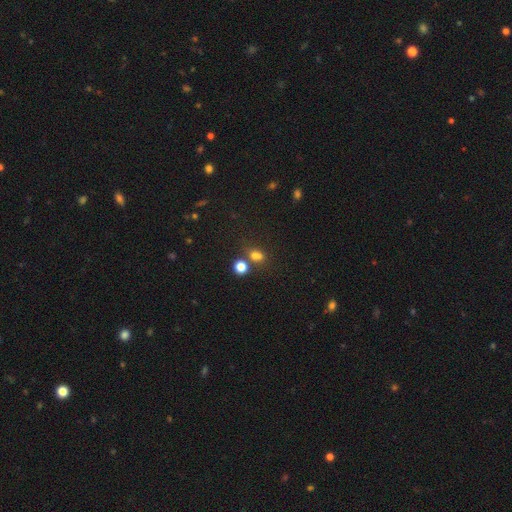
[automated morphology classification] smooth 69%, star or artifact 21%, featured or disk 9%. Down the decision tree: how rounded — round (60%); merging — none (47%).